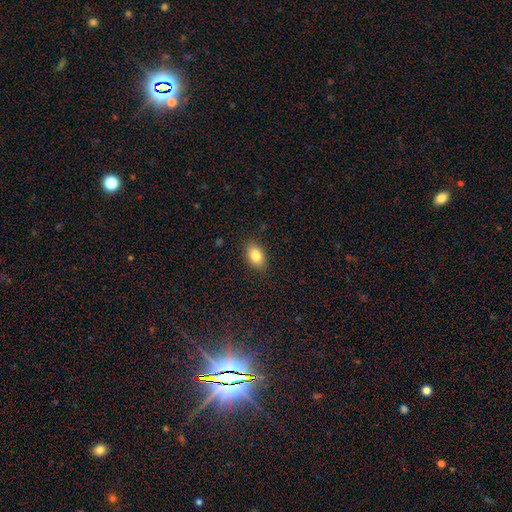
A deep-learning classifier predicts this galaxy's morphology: Overall: smooth (84%). How rounded: in between (86%). Merging: none (87%).